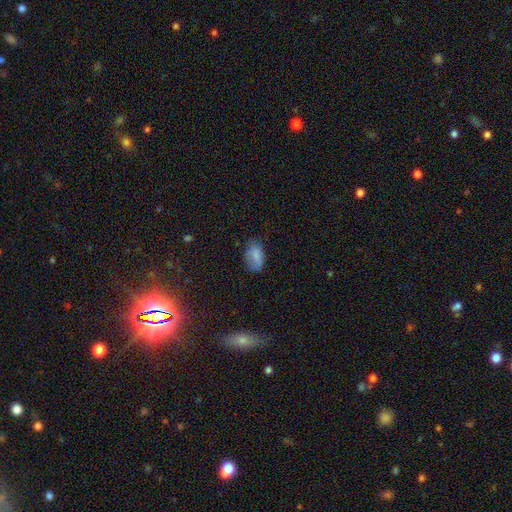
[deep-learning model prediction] Smooth or featured?
  - smooth: 81% *
  - featured or disk: 10%
  - star or artifact: 9%
How rounded?
  - in between: 92% *
  - round: 7%
  - cigar-shaped: 2%
Merging?
  - none: 65% *
  - minor disturbance: 26%
  - major disturbance: 7%
  - merger: 1%